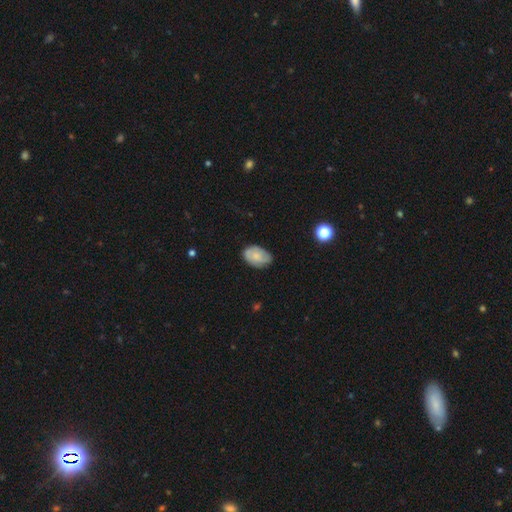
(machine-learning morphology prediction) A smooth galaxy with no disk features (66%) that is in between round and cigar-shaped (89%).

Vote fractions:
- Smooth or featured? smooth: 66% / featured or disk: 27% / star or artifact: 7%
- How rounded? in between: 89% / round: 10% / cigar-shaped: 1%
- Merging? none: 71% / minor disturbance: 24% / major disturbance: 4% / merger: 1%